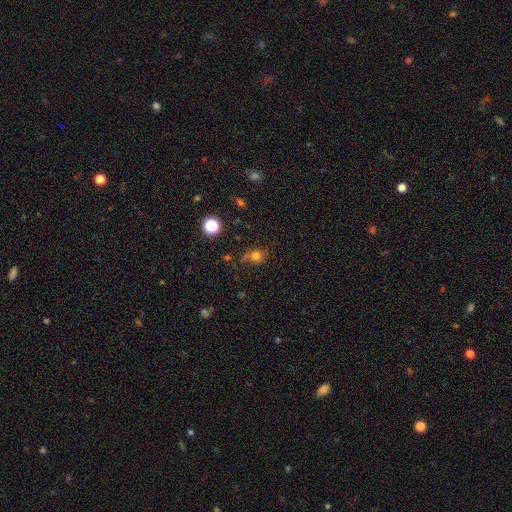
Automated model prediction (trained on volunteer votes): Q: Smooth or featured?
A: smooth (72%); runner-up: star or artifact (19%)
Q: How rounded?
A: round (75%); runner-up: in between (23%)
Q: Merging?
A: none (59%); runner-up: minor disturbance (24%)